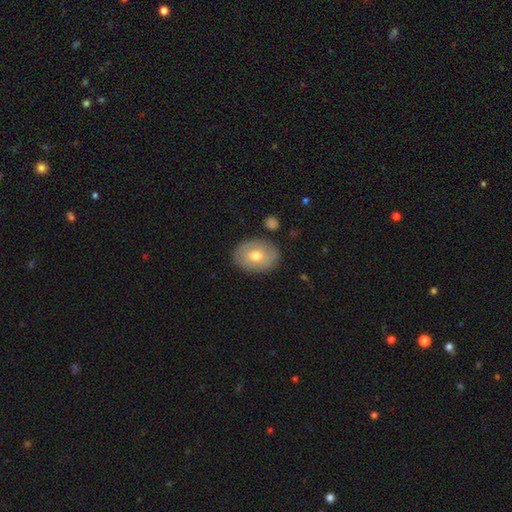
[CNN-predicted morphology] smooth_or_featured: smooth (p=0.60) [alt: featured or disk p=0.33]
how_rounded: in between (p=0.71) [alt: round p=0.28]
merging: none (p=0.82) [alt: minor disturbance p=0.12]